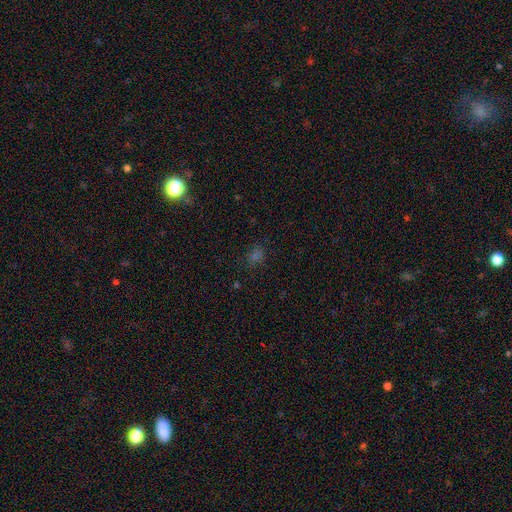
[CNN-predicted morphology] type=smooth (56%); roundness=round (50%); merging=none (79%).